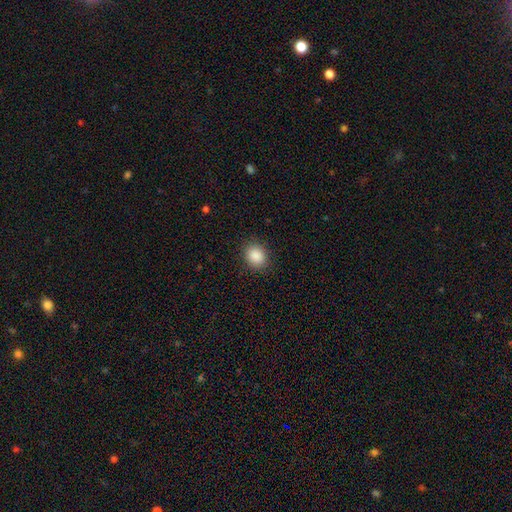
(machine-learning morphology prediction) Smooth or featured? smooth (88%)
How rounded? round (59%)
Merging? none (88%)